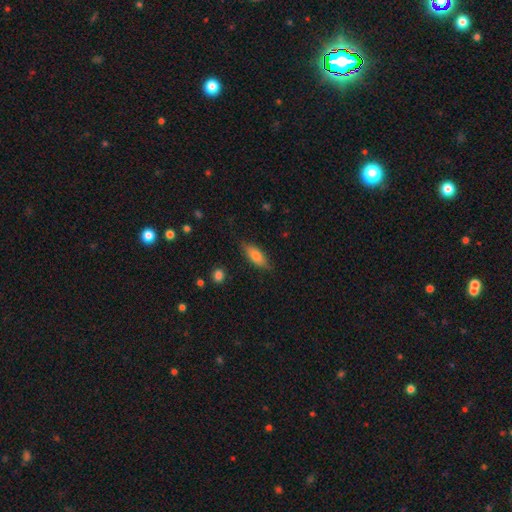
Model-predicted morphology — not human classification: smooth_or_featured: smooth (p=0.73) [alt: featured or disk p=0.20]
how_rounded: in between (p=0.66) [alt: cigar-shaped p=0.31]
merging: none (p=0.79) [alt: minor disturbance p=0.17]